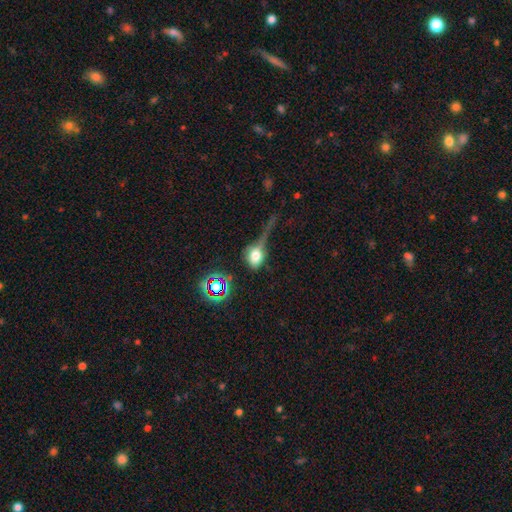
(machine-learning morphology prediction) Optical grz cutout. It shows a smooth galaxy with no disk features (55%) that is round (50%). Merging: major disturbance (36%).